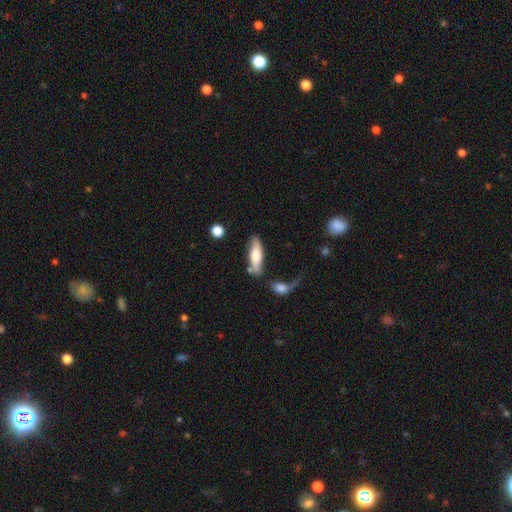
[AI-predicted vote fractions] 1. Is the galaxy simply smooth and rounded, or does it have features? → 60% smooth, 34% featured or disk, 6% star or artifact.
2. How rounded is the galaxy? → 49% in between (tied), 49% cigar-shaped (tied), 2% round.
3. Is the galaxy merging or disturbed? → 60% none, 19% minor disturbance, 13% merger, 7% major disturbance.